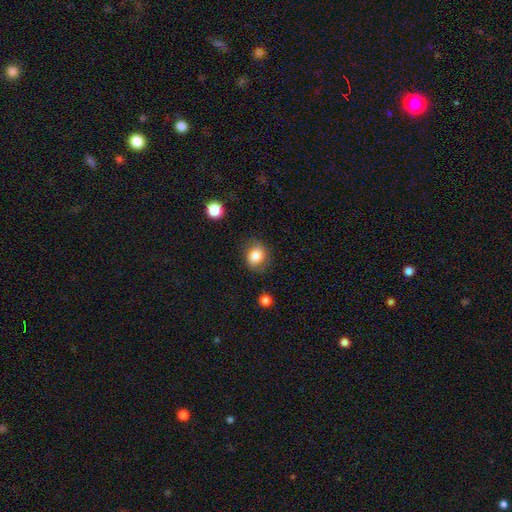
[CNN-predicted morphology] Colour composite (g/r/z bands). It shows a smooth galaxy with no disk features (82%) that is round (60%). Merging: none (73%).